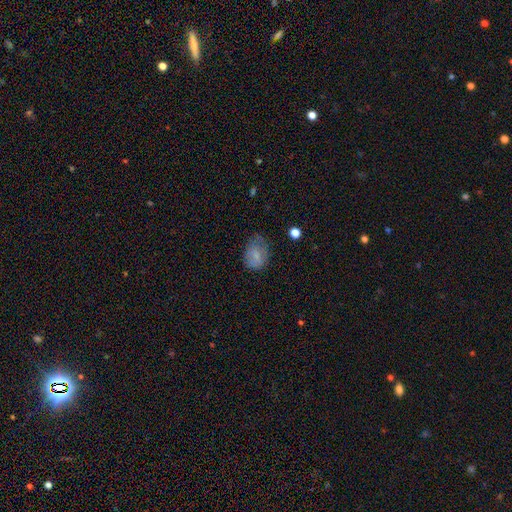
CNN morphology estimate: Overall: smooth (74%). How rounded: in between (65%; round 34%). Merging: none (45%; minor disturbance 35%).